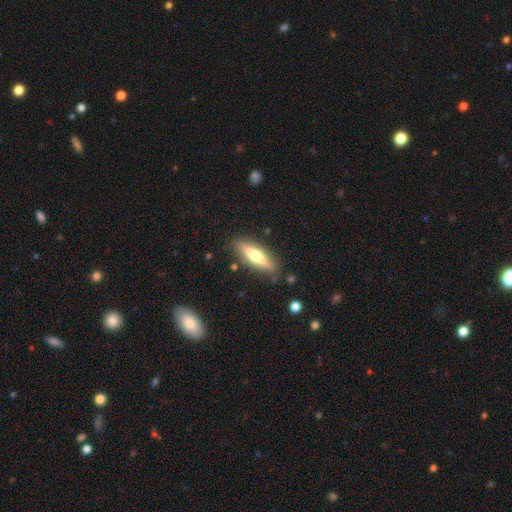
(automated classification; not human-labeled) smooth_or_featured: featured or disk (p=0.51) [alt: smooth p=0.43]
disk_edge_on: yes (p=0.89) [alt: no p=0.11]
merging: none (p=0.85) [alt: minor disturbance p=0.10]